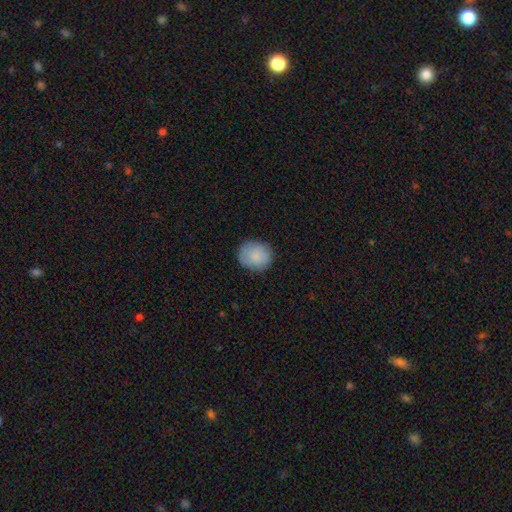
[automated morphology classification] Smooth or featured: smooth — 87% (star or artifact — 7%)
How rounded: round — 73% (in between — 27%)
Merging: none — 84% (minor disturbance — 12%)